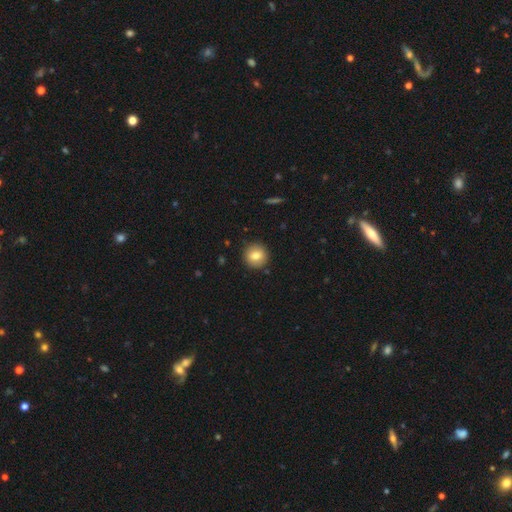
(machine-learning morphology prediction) Overall: smooth (80%). How rounded: round (93%). Merging: none (90%).